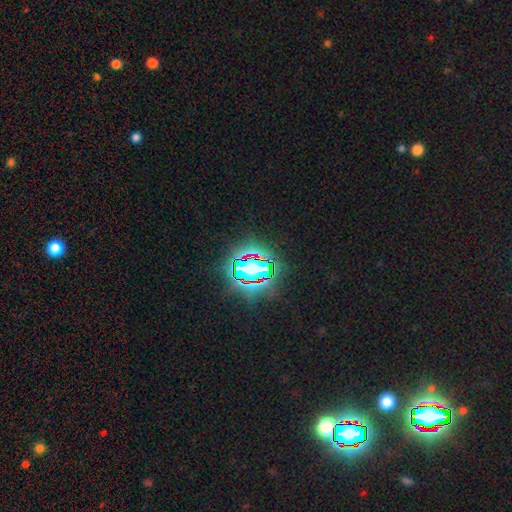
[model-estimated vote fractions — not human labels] A star or artifact, not a galaxy (82%).